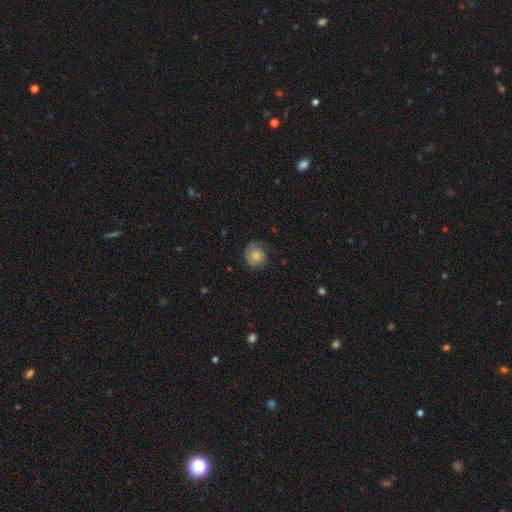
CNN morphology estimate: The model was most divided on "smooth or featured": smooth: 58%, featured or disk: 34%, star or artifact: 8%. More confident: how rounded — round (86%); merging — none (66%).